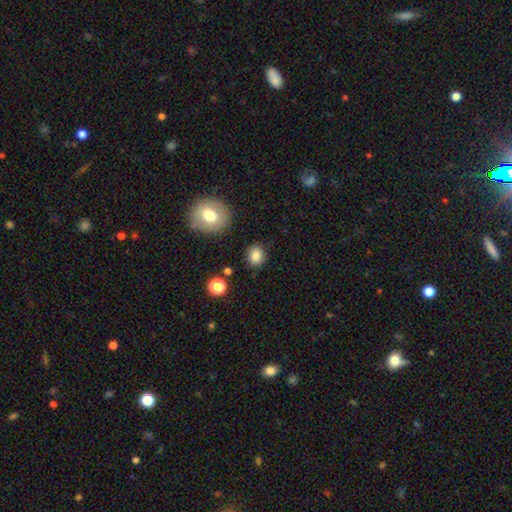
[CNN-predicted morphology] Smooth or featured? Predicted: smooth (p=0.84). How rounded? Predicted: round (p=0.74). Merging? Predicted: none (p=0.86).